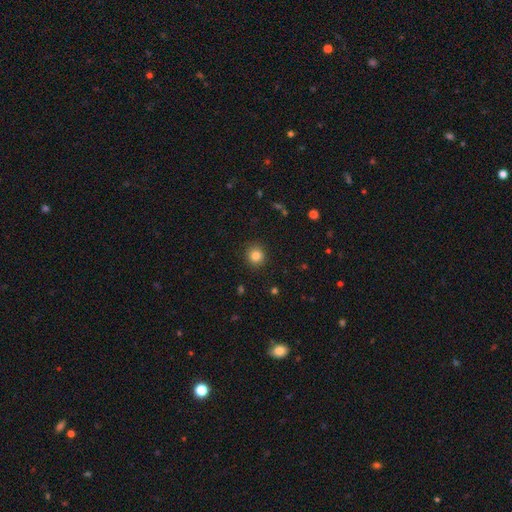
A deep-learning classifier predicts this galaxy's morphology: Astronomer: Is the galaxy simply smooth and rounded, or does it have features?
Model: smooth — 83%.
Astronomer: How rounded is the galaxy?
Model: round — 90%.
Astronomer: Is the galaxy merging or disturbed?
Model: none — 90%.